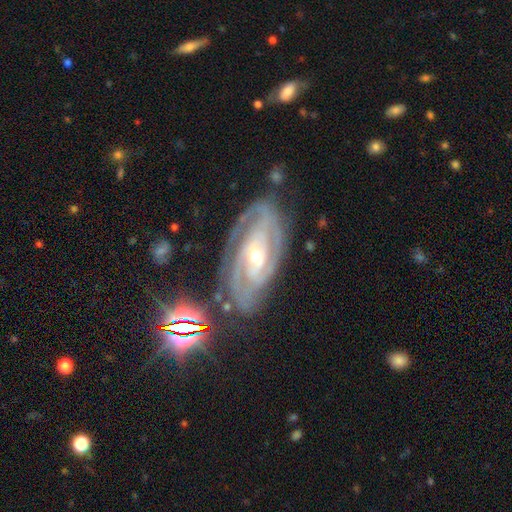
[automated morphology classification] Q: Smooth or featured?
A: featured or disk (88%); runner-up: star or artifact (7%)
Q: Edge-on disk?
A: no (95%); runner-up: yes (5%)
Q: Bar?
A: no (44%); runner-up: weak (33%)
Q: Spiral arms?
A: yes (97%); runner-up: no (3%)
Q: Spiral winding?
A: tight (72%); runner-up: medium (24%)
Q: Spiral arm count?
A: 2 (43%); runner-up: 3 (24%)
Q: Bulge size?
A: small (55%); runner-up: moderate (42%)
Q: Merging?
A: none (77%); runner-up: minor disturbance (16%)